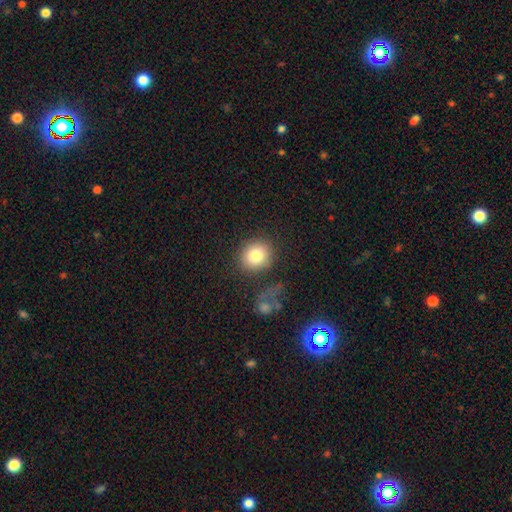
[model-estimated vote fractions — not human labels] Smooth or featured? smooth (82%)
How rounded? round (75%)
Merging? none (80%)